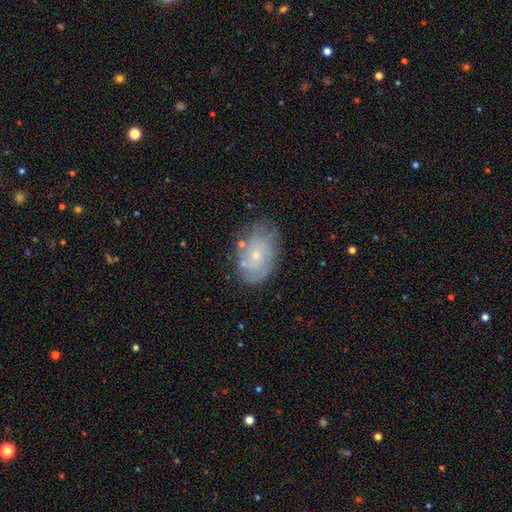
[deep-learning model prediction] Morphology: type=featured or disk (64%); edge-on=no (96%); bar=no (80%); spiral arms=yes (79%); bulge=small (69%); merging=none (74%).